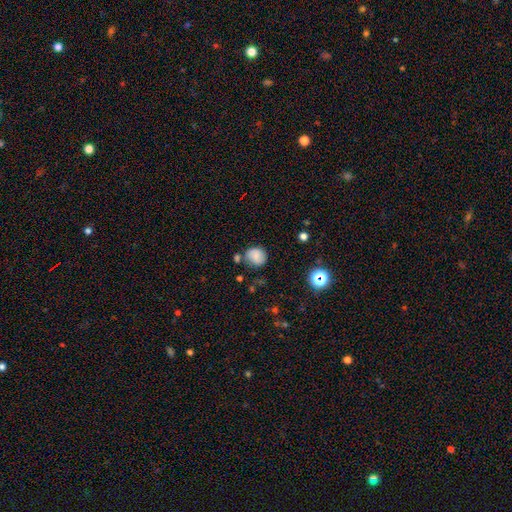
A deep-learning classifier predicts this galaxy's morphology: The model was most divided on "merging": none: 67%, minor disturbance: 19%, merger: 8%, major disturbance: 5%. More confident: smooth or featured — smooth (78%); how rounded — round (74%).